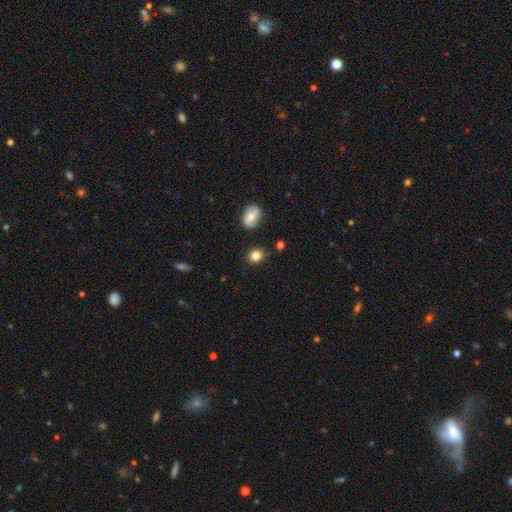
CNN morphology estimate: smooth-or-featured: smooth: 83% | star or artifact: 10% | featured or disk: 6%
  how-rounded: round: 79% | in between: 20% | cigar-shaped: 1%
  merging: none: 84% | minor disturbance: 10% | merger: 3% | major disturbance: 2%